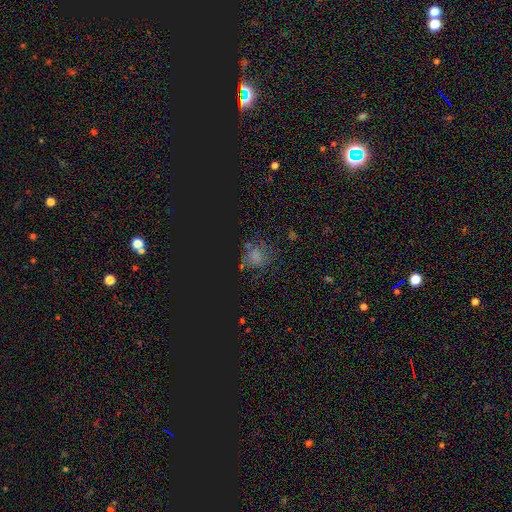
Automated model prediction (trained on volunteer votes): Smooth or featured?
  - star or artifact: 44% *
  - smooth: 43%
  - featured or disk: 13%